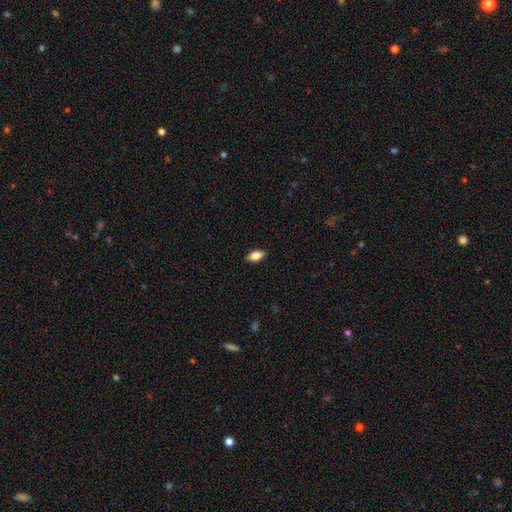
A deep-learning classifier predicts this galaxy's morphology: This is clearly a smooth galaxy (82%). How rounded: clearly in between (89%). Merging: clearly none (88%).